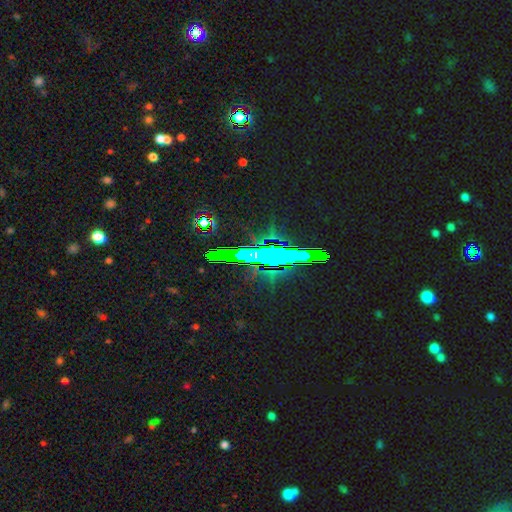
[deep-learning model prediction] smooth-or-featured: star or artifact: 70% | featured or disk: 15% | smooth: 14%